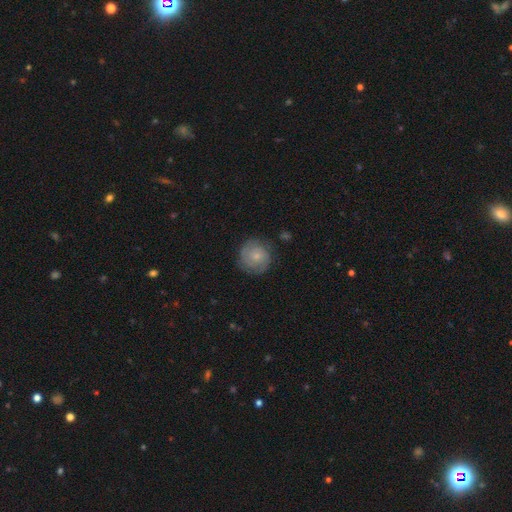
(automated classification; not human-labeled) This is possibly a smooth galaxy (53%). How rounded: clearly round (90%). Merging: likely none (77%).